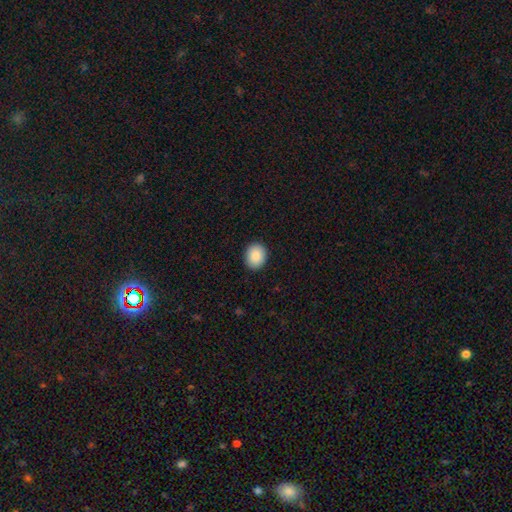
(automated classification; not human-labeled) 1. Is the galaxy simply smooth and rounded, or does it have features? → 90% smooth, 7% star or artifact, 3% featured or disk.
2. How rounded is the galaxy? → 53% in between, 47% round, 1% cigar-shaped.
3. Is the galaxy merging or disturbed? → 90% none, 7% minor disturbance, 2% major disturbance, 1% merger.